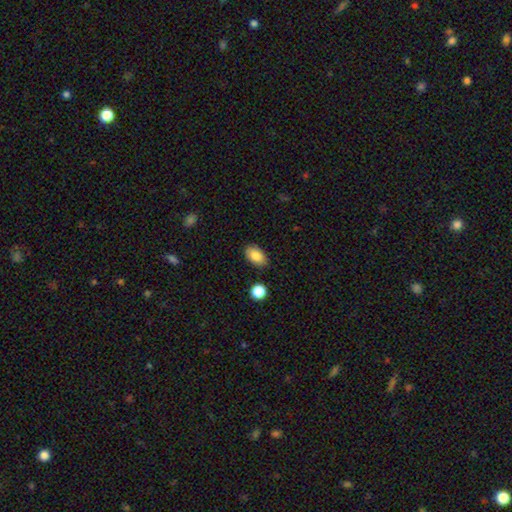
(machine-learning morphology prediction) Q: Smooth or featured?
A: smooth (84%); runner-up: featured or disk (8%)
Q: How rounded?
A: in between (91%); runner-up: round (7%)
Q: Merging?
A: none (86%); runner-up: minor disturbance (10%)